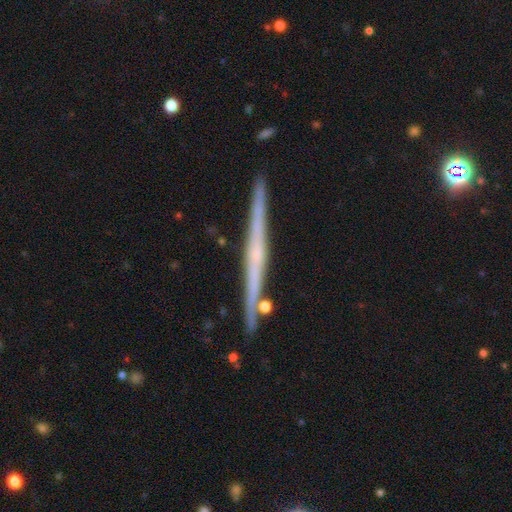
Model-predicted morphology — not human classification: smooth_or_featured: featured or disk (p=0.72) [alt: smooth p=0.22]
disk_edge_on: yes (p=0.98) [alt: no p=0.02]
edge_on_bulge: none (p=0.66) [alt: rounded p=0.27]
merging: none (p=0.87) [alt: minor disturbance p=0.08]